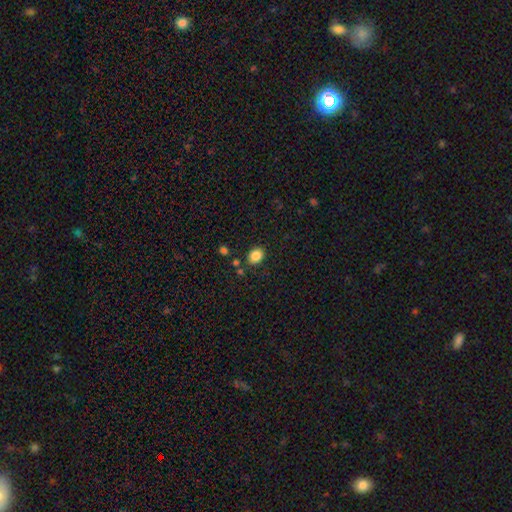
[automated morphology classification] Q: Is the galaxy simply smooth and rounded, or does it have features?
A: smooth — 85%.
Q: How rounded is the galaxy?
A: in between — 56%.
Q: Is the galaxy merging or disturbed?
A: none — 83%.